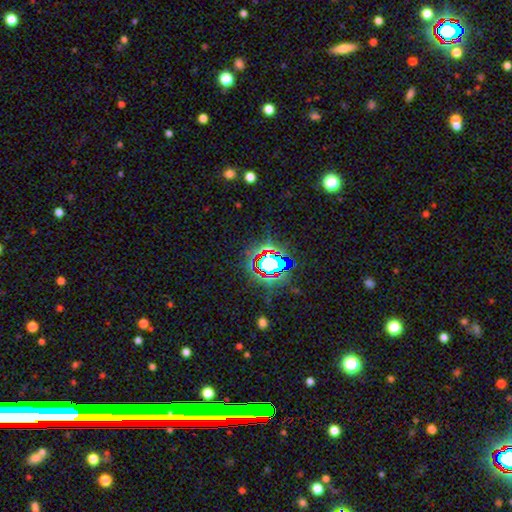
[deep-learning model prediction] smooth-or-featured: star or artifact: 76% | featured or disk: 12% | smooth: 12%